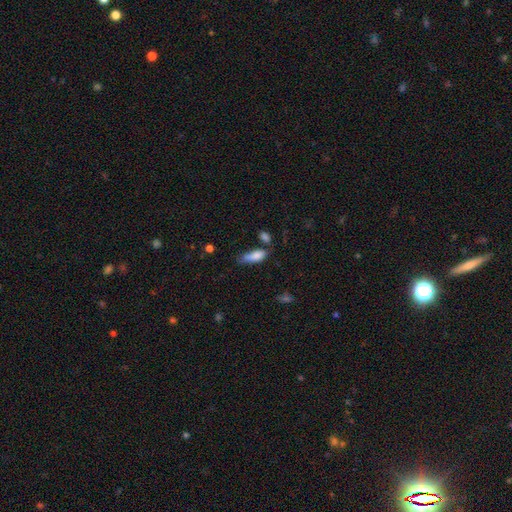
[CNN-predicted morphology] Smooth or featured: smooth — 82% (featured or disk — 11%)
How rounded: in between — 64% (cigar-shaped — 33%)
Merging: none — 38% (minor disturbance — 37%)